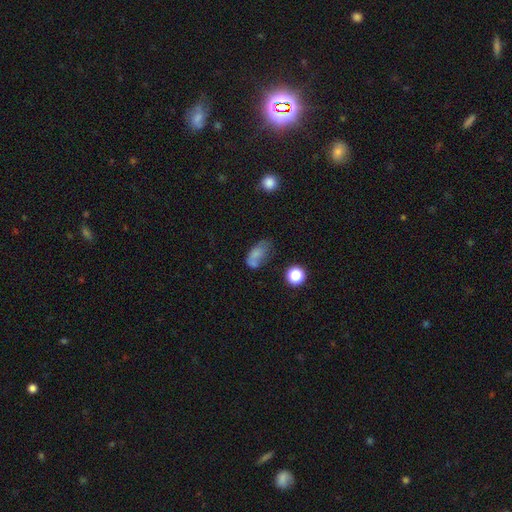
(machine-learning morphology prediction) A smooth galaxy with no disk features (67%) that is in between round and cigar-shaped (85%). Merging: none (36%).